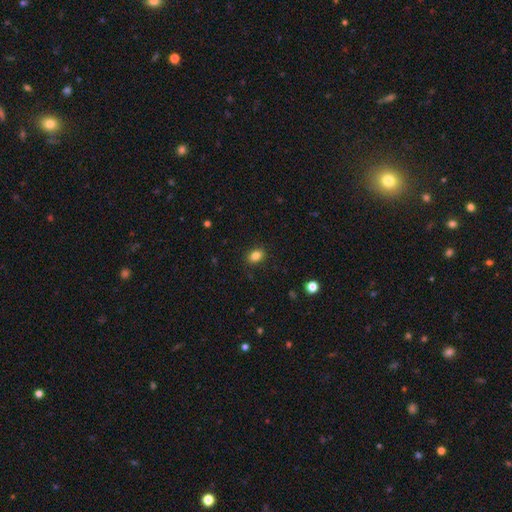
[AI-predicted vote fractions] This appears to be a smooth galaxy with no disk features (84%) that is in between round and cigar-shaped (72%). Merging: none (88%).